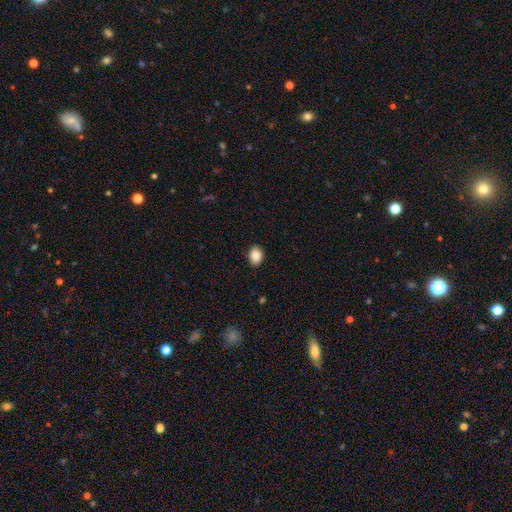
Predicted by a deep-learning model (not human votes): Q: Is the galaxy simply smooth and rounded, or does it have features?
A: smooth — 88%.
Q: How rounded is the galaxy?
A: in between — 64%.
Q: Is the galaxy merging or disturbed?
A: none — 87%.